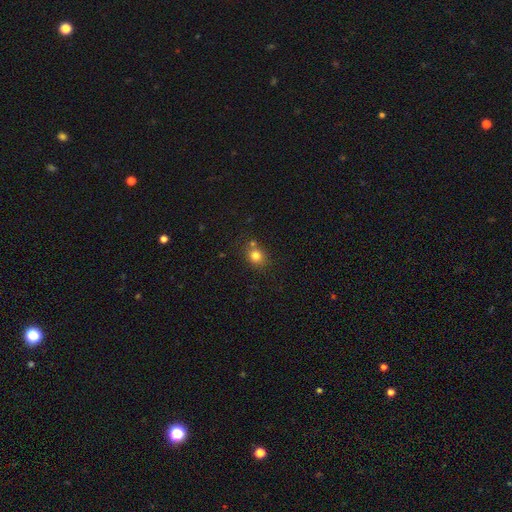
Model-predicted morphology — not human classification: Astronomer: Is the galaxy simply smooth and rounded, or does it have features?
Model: smooth — 80%.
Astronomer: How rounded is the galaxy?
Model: round — 73%.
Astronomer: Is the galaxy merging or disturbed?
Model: none — 70%.